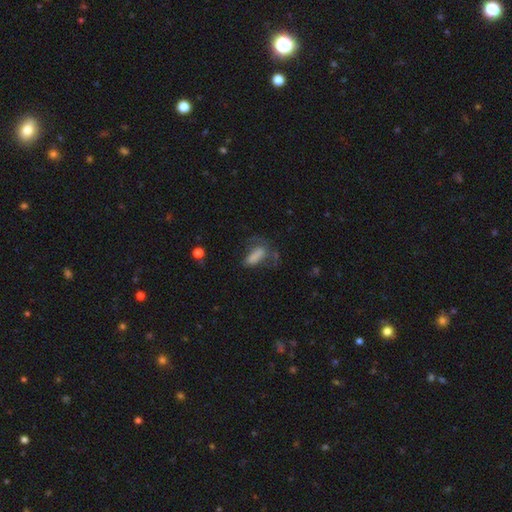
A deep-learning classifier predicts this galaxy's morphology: The model was most divided on "merging": major disturbance: 45%, none: 27%, minor disturbance: 23%, merger: 5%. More confident: how rounded — in between (79%); smooth or featured — smooth (64%).